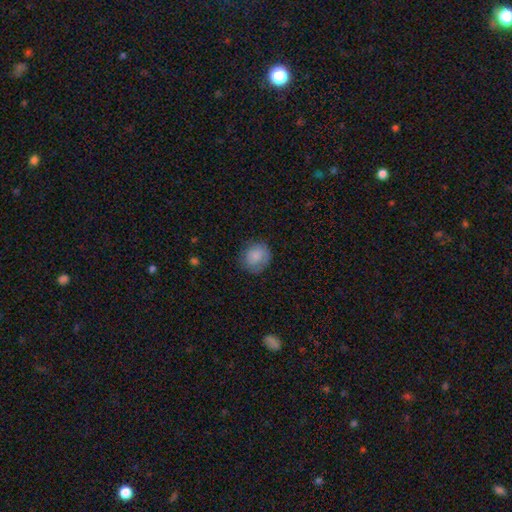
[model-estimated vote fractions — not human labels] Smooth or featured? smooth (83%)
How rounded? round (80%)
Merging? none (73%)